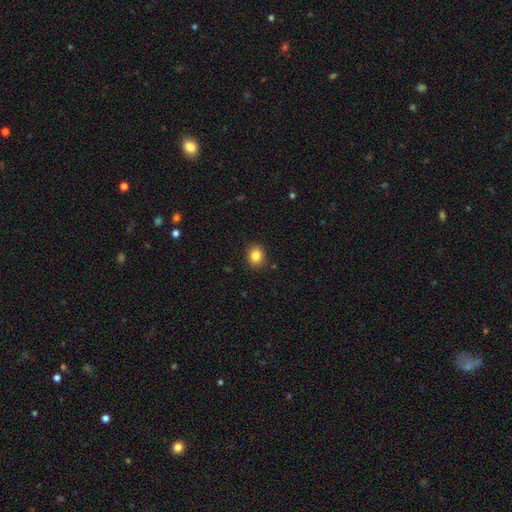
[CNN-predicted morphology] A smooth galaxy with no disk features (85%) that is round (65%).

Vote fractions:
- Smooth or featured? smooth: 85% / star or artifact: 10% / featured or disk: 5%
- How rounded? round: 65% / in between: 34% / cigar-shaped: 1%
- Merging? none: 89% / minor disturbance: 8% / major disturbance: 2% / merger: 1%